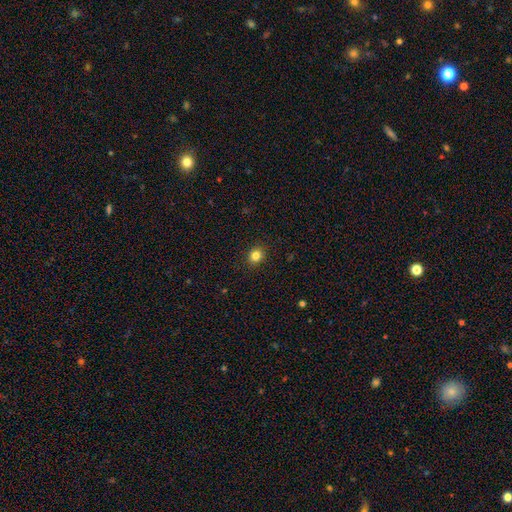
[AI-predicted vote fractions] Overall: smooth (82%). How rounded: round (71%). Merging: none (91%).